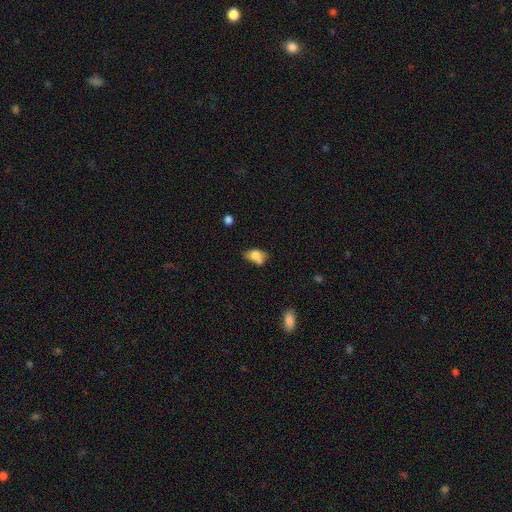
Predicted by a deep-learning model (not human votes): This is likely a smooth galaxy (73%). How rounded: likely in between (79%). Merging: marginally none (37%).